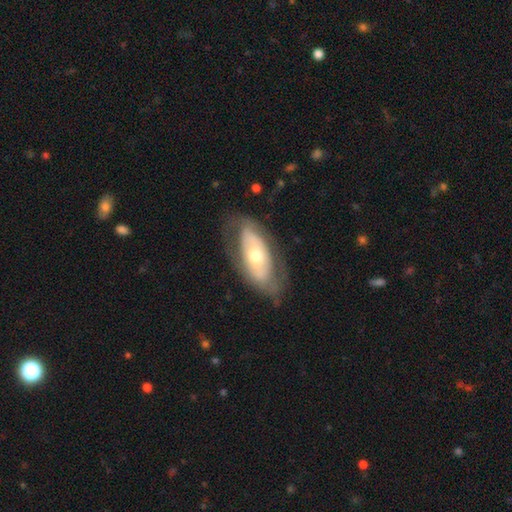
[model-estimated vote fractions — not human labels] featured or disk 57%, smooth 38%, star or artifact 6%. Down the decision tree: edge-on disk — no (86%); merging — none (69%).